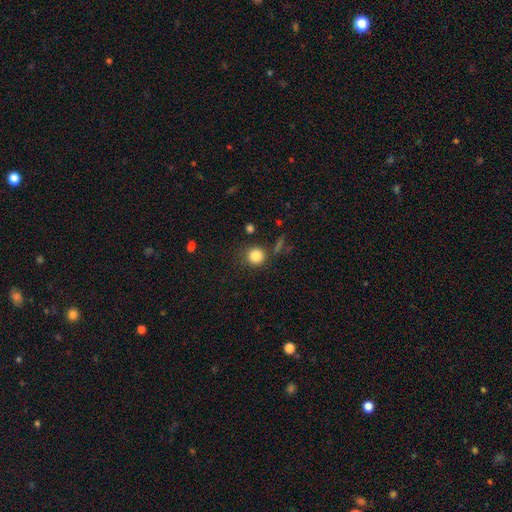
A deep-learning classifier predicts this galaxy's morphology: A smooth galaxy with no disk features (83%) that is round (91%).

Vote fractions:
- Smooth or featured? smooth: 83% / star or artifact: 11% / featured or disk: 5%
- How rounded? round: 91% / in between: 8% / cigar-shaped: 1%
- Merging? none: 82% / minor disturbance: 10% / merger: 4% / major disturbance: 4%